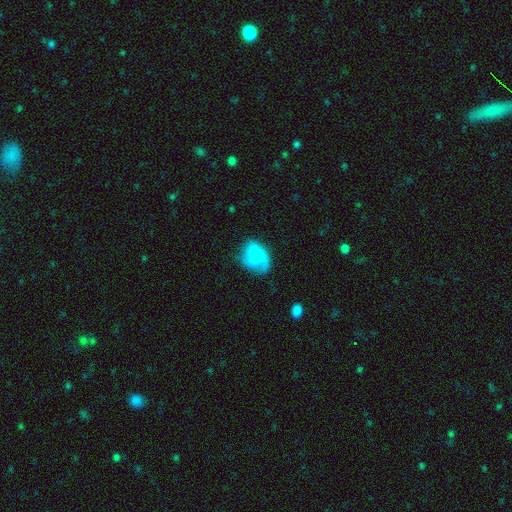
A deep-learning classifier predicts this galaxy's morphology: The model was most divided on "smooth or featured": featured or disk: 52%, smooth: 40%, star or artifact: 8%. More confident: edge-on disk — no (98%); spiral arms — yes (78%); bar — no (72%); bulge size — none (62%); merging — none (51%).